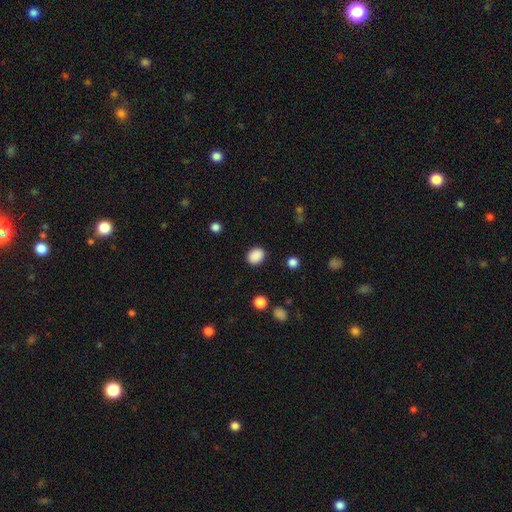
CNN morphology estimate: The model was most divided on "how rounded": in between: 52%, round: 47%, cigar-shaped: 1%. More confident: smooth or featured — smooth (88%); merging — none (87%).